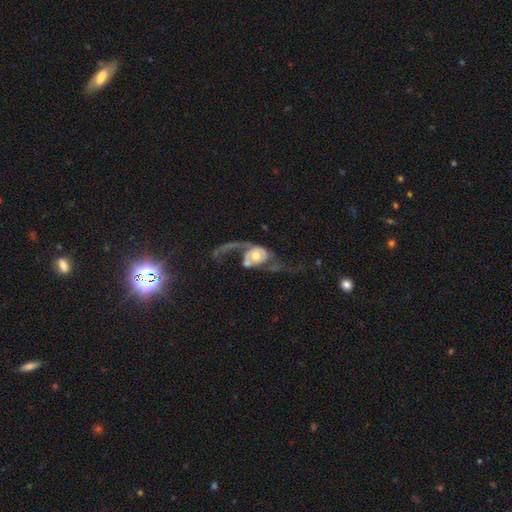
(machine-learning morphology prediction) This appears to be a featured or disk galaxy (75%) with no bar (74%), 2 (68%) loose (81%) spiral arms (79%) and a moderate central bulge (65%). Merging: major disturbance (48%).